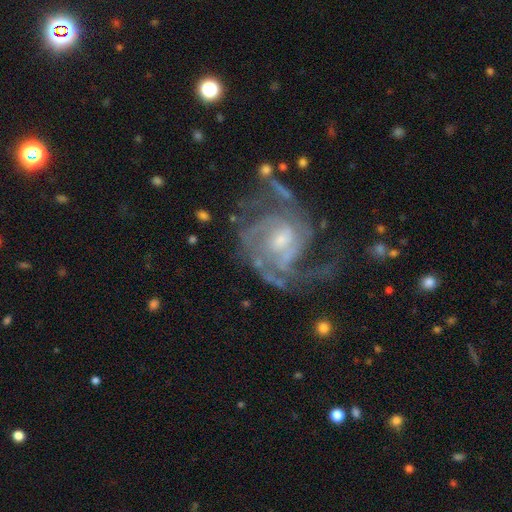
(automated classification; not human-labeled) Q: Smooth or featured?
A: featured or disk (85%); runner-up: star or artifact (10%)
Q: Edge-on disk?
A: no (97%); runner-up: yes (3%)
Q: Bar?
A: no (55%); runner-up: weak (34%)
Q: Spiral arms?
A: yes (96%); runner-up: no (4%)
Q: Spiral winding?
A: tight (55%); runner-up: medium (37%)
Q: Spiral arm count?
A: 2 (30%); runner-up: can't tell (23%)
Q: Bulge size?
A: small (47%); runner-up: moderate (44%)
Q: Merging?
A: none (65%); runner-up: minor disturbance (17%)